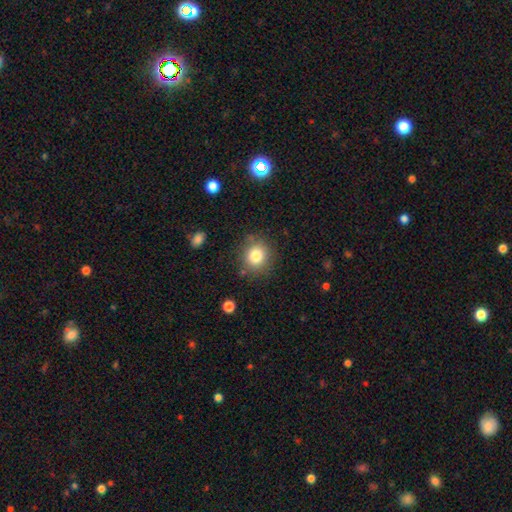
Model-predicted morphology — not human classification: A smooth galaxy with no disk features (82%) that is round (82%). Merging: none (82%).